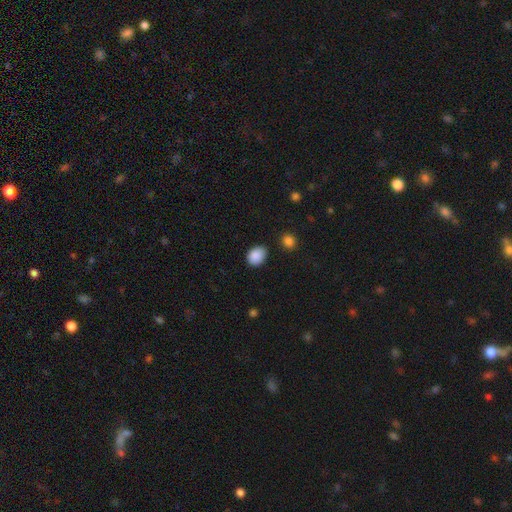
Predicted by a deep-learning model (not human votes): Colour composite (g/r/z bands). It shows a smooth galaxy with no disk features (89%) that is in between round and cigar-shaped (63%). Merging: none (80%).